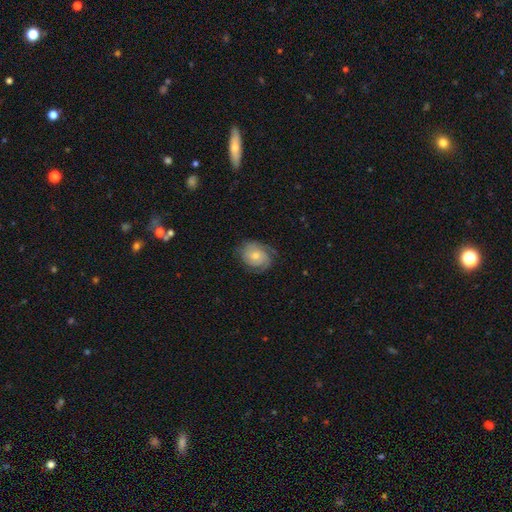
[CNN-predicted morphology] This is likely a featured or disk galaxy (62%). It is clearly not viewed edge-on (97%). Bar: likely no (77%). Spiral arm pattern: clearly yes (89%). Spiral arm count: marginally 2 (39%). Spiral winding: possibly tight (58%). Central bulge: possibly small (50%). Merging: likely none (70%).